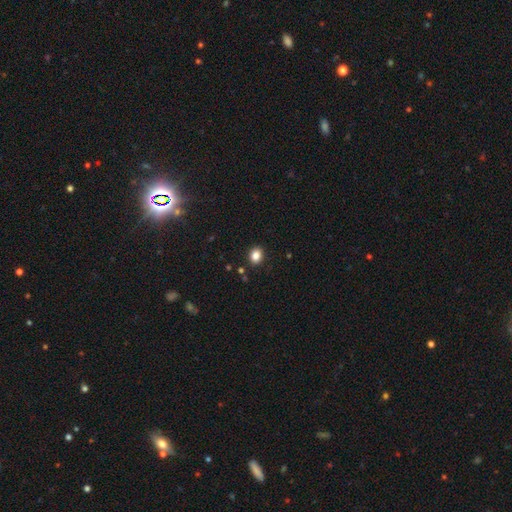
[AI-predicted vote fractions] Smooth or featured? Predicted: smooth (p=0.85). How rounded? Predicted: round (p=0.50). Merging? Predicted: none (p=0.88).